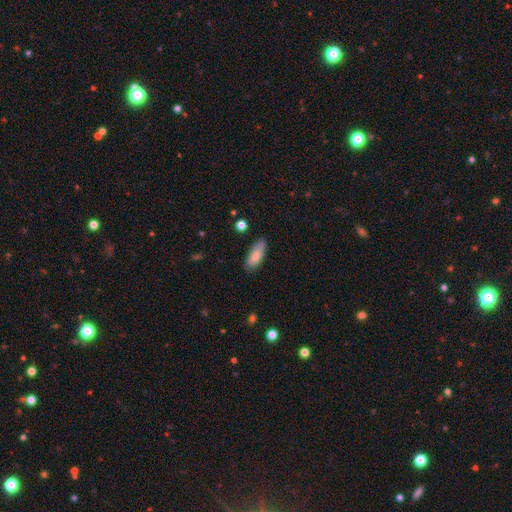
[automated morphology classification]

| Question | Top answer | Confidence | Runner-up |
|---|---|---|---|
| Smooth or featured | smooth | 81% | featured or disk (12%) |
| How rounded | in between | 76% | cigar-shaped (22%) |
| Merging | none | 78% | minor disturbance (18%) |